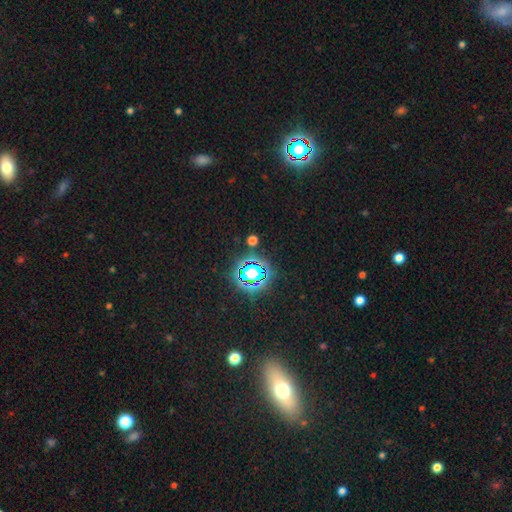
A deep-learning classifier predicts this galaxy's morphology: Q: Smooth or featured?
A: star or artifact (52%); runner-up: smooth (29%)